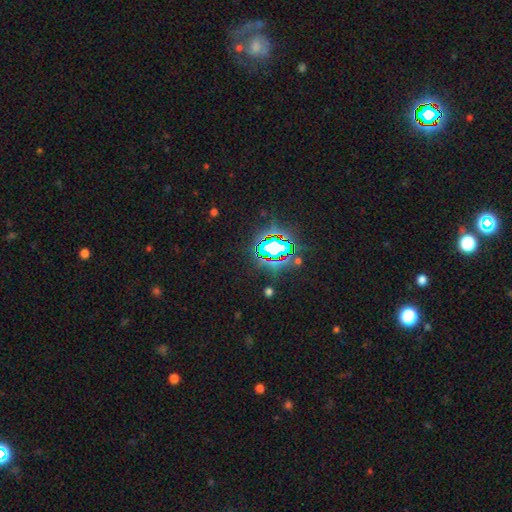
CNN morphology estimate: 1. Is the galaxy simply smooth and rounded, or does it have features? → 83% star or artifact, 10% smooth, 7% featured or disk.